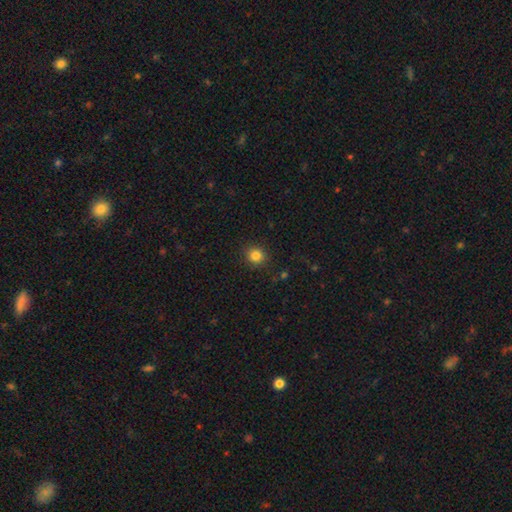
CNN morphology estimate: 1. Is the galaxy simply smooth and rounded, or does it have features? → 84% smooth, 12% star or artifact, 4% featured or disk.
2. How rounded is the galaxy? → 90% round, 9% in between, 1% cigar-shaped.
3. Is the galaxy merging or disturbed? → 89% none, 7% minor disturbance, 3% major disturbance, 1% merger.